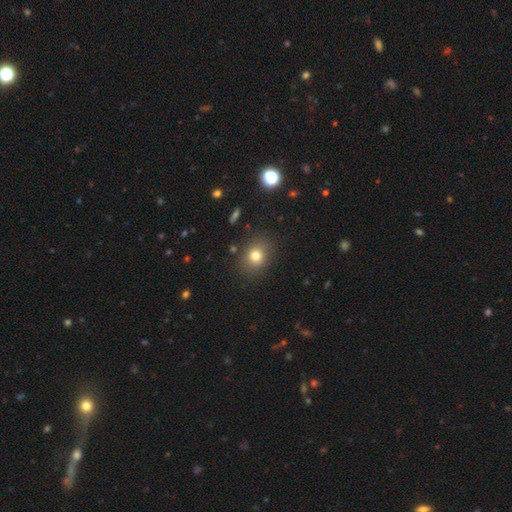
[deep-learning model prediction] Q: Smooth or featured?
A: smooth (77%); runner-up: star or artifact (14%)
Q: How rounded?
A: round (65%); runner-up: in between (34%)
Q: Merging?
A: none (84%); runner-up: minor disturbance (10%)